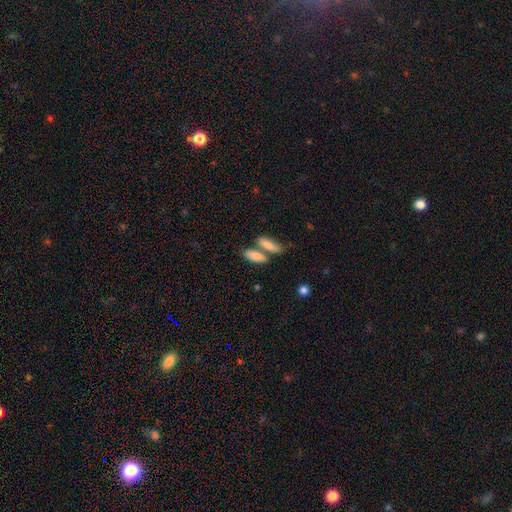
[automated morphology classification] The model was most divided on "merging": merger: 48%, none: 39%, minor disturbance: 9%, major disturbance: 4%. More confident: smooth or featured — smooth (83%); how rounded — in between (68%).